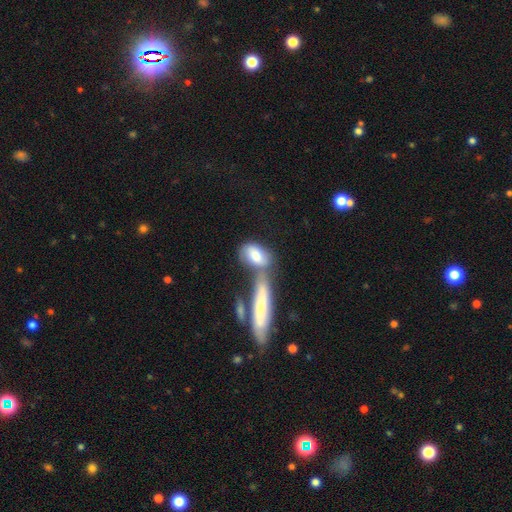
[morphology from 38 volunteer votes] type=smooth (76%); roundness=in between (76%); merging=merger (56%).